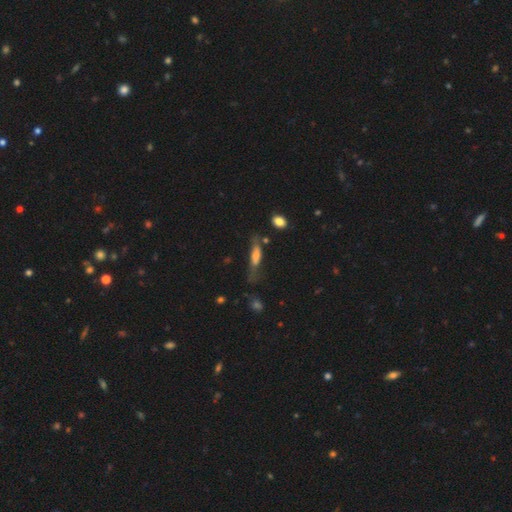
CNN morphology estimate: Smooth or featured?
  - smooth: 49% *
  - featured or disk: 38%
  - star or artifact: 13%
Merging?
  - none: 53% *
  - minor disturbance: 26%
  - major disturbance: 16%
  - merger: 5%